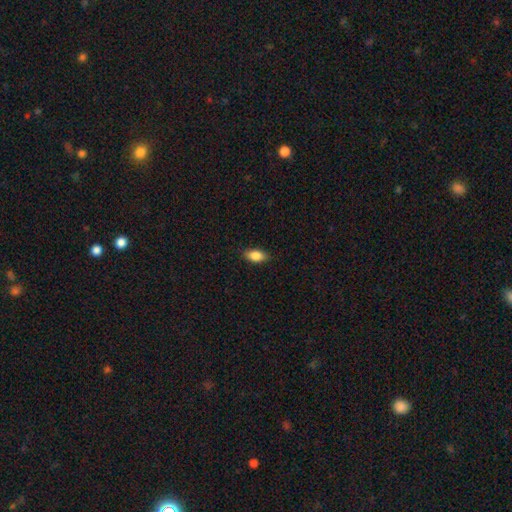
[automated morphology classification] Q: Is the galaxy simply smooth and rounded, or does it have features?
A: smooth — 86%.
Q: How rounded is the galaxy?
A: in between — 89%.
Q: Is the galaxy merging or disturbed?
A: none — 86%.